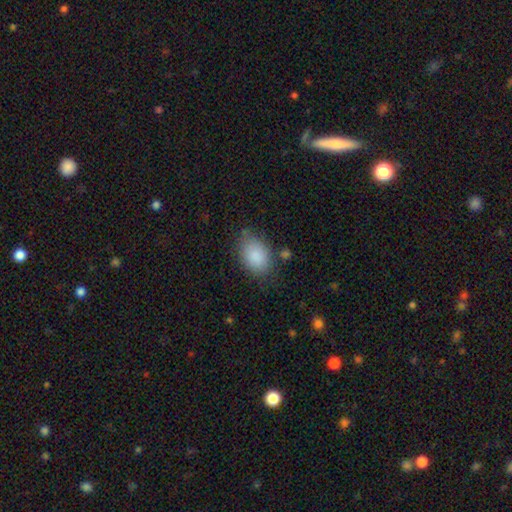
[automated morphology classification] A smooth galaxy with no disk features (87%) that is in between round and cigar-shaped (86%).

Vote fractions:
- Smooth or featured? smooth: 87% / star or artifact: 7% / featured or disk: 6%
- How rounded? in between: 86% / round: 13% / cigar-shaped: 1%
- Merging? none: 72% / minor disturbance: 19% / major disturbance: 5% / merger: 4%